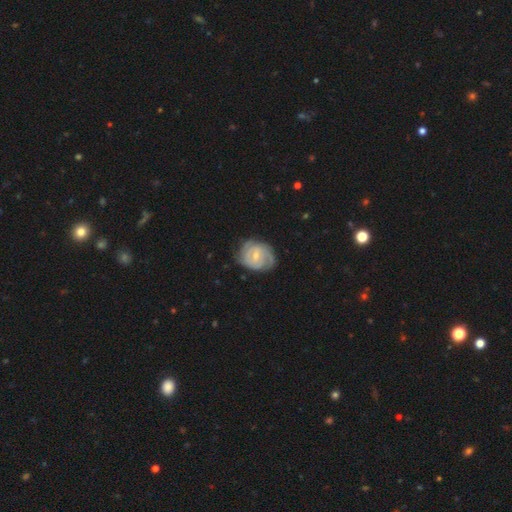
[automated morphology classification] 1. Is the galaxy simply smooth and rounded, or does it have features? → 77% featured or disk, 17% smooth, 5% star or artifact.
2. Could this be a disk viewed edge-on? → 97% no, 3% yes.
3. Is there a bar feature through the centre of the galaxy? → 53% weak, 35% no, 12% strong.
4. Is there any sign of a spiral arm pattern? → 93% yes, 7% no.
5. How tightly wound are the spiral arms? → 64% tight, 28% medium, 8% loose.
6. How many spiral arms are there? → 38% 2, 32% can't tell, 16% 3, 5% 4, 5% 1, 4% more than 4.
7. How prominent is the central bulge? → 58% small, 38% moderate, 2% none, 1% large, 1% dominant.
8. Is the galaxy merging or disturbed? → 69% none, 22% minor disturbance, 8% major disturbance, 1% merger.